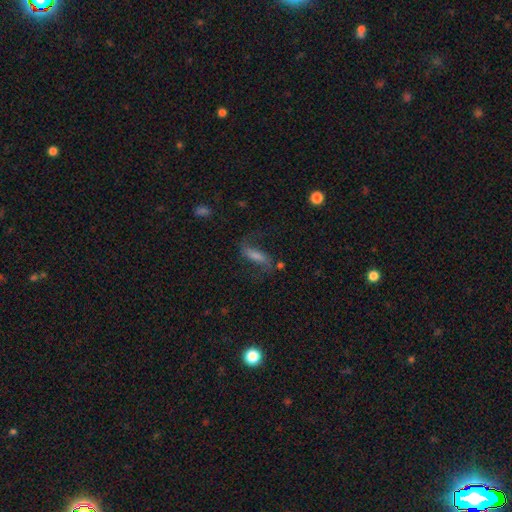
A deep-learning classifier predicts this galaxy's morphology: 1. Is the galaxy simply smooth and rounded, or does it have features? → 56% featured or disk, 30% smooth, 14% star or artifact.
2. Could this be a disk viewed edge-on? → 85% no, 15% yes.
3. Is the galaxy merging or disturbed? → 67% none, 17% minor disturbance, 13% major disturbance, 3% merger.